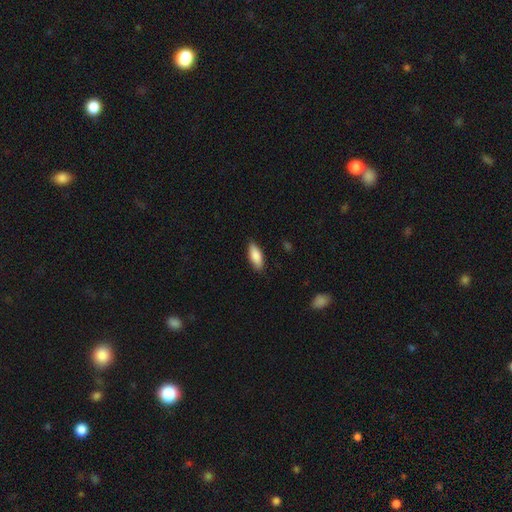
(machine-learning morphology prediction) smooth-or-featured: smooth: 86% | featured or disk: 9% | star or artifact: 6%
  how-rounded: in between: 76% | cigar-shaped: 23% | round: 2%
  merging: none: 87% | minor disturbance: 10% | major disturbance: 2% | merger: 1%